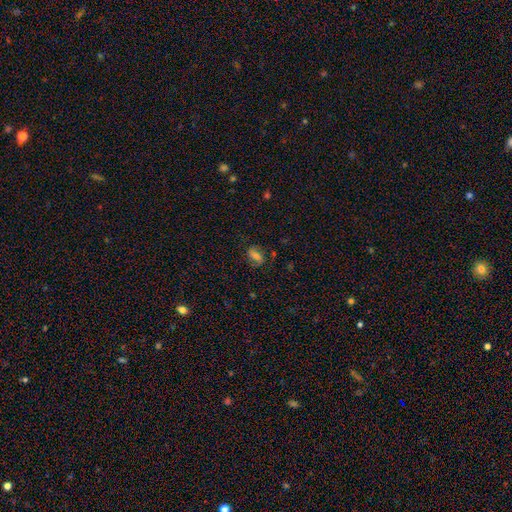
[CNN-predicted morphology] This is possibly a smooth galaxy (52%). How rounded: likely in between (79%). Merging: likely none (75%).